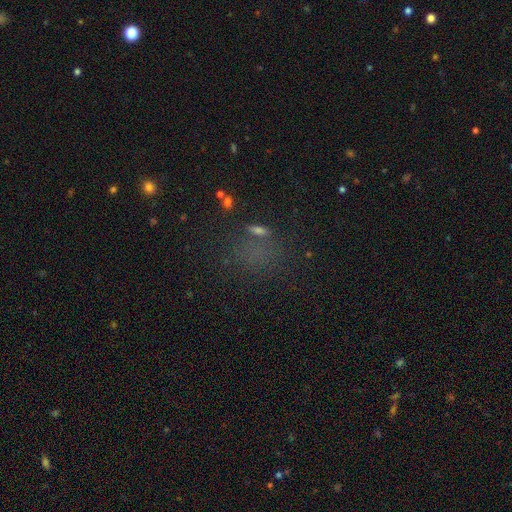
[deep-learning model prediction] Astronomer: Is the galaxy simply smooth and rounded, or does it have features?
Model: smooth — 46% (runner-up: star or artifact, 39%).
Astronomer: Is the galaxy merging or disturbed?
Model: none — 61%.